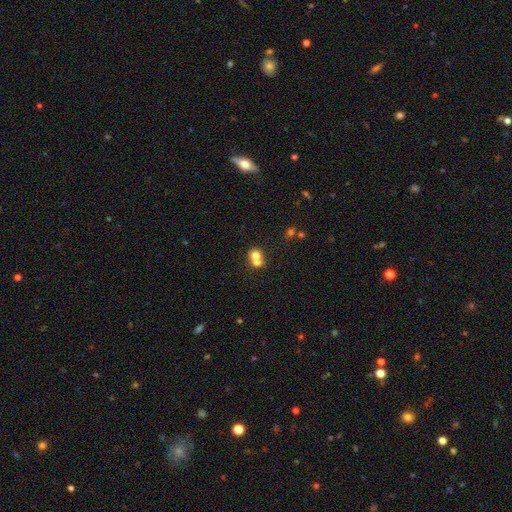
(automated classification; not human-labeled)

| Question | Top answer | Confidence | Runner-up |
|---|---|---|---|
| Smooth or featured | smooth | 70% | featured or disk (18%) |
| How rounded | round | 75% | in between (24%) |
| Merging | merger | 62% | none (30%) |